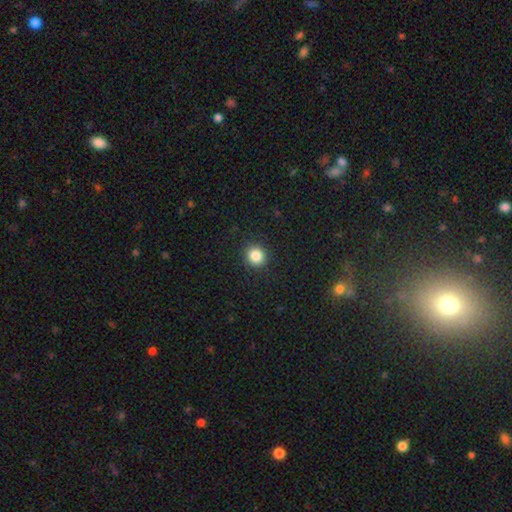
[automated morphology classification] smooth 85%, star or artifact 11%, featured or disk 5%. Down the decision tree: how rounded — round (88%); merging — none (91%).